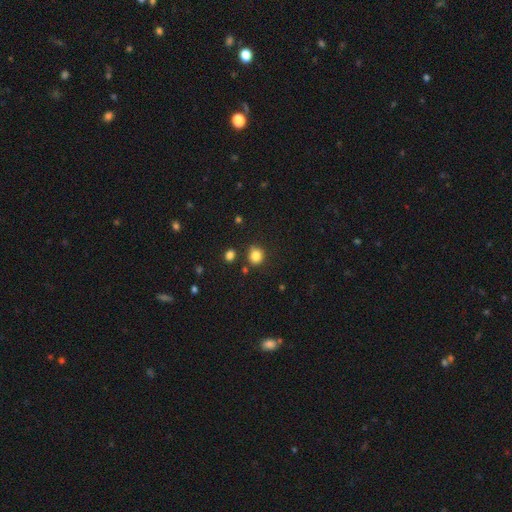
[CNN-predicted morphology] Smooth or featured?
  - smooth: 84% *
  - star or artifact: 12%
  - featured or disk: 4%
How rounded?
  - round: 80% *
  - in between: 19%
  - cigar-shaped: 1%
Merging?
  - none: 78% *
  - minor disturbance: 13%
  - merger: 6%
  - major disturbance: 4%